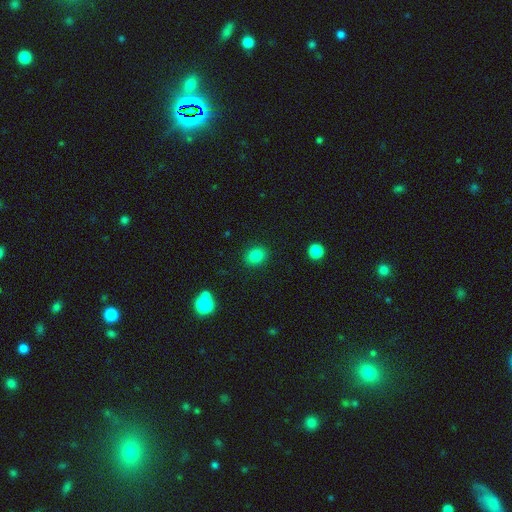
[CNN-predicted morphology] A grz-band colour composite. It shows a smooth galaxy with no disk features (83%) that is round (55%). Merging: none (88%).